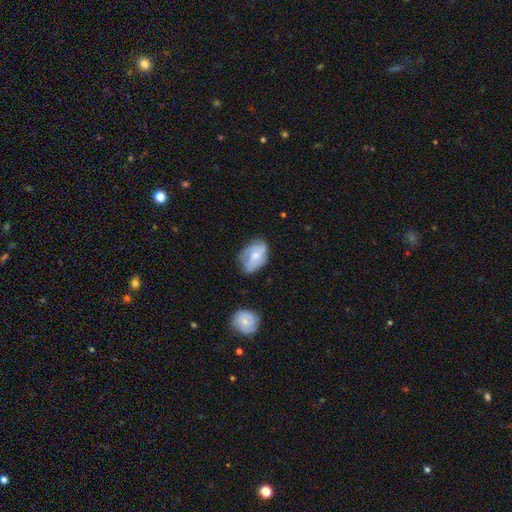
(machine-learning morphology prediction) Smooth or featured? smooth (52%)
How rounded? in between (85%)
Merging? none (53%)